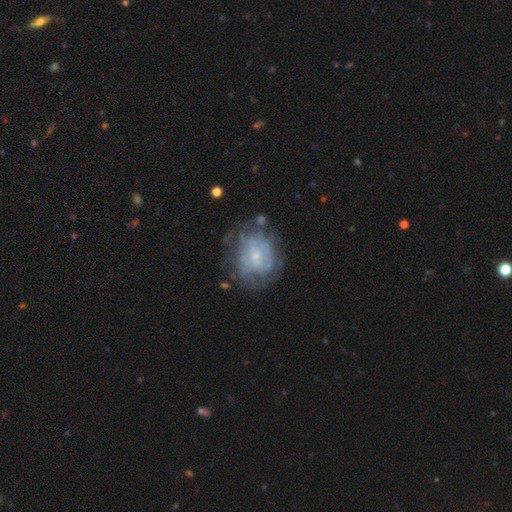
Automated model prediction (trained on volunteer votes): Smooth or featured? Predicted: featured or disk (p=0.64). Edge-on disk? Predicted: no (p=0.97). Bar? Predicted: no (p=0.57). Spiral arms? Predicted: yes (p=0.66). Bulge size? Predicted: small (p=0.64). Merging? Predicted: none (p=0.62).